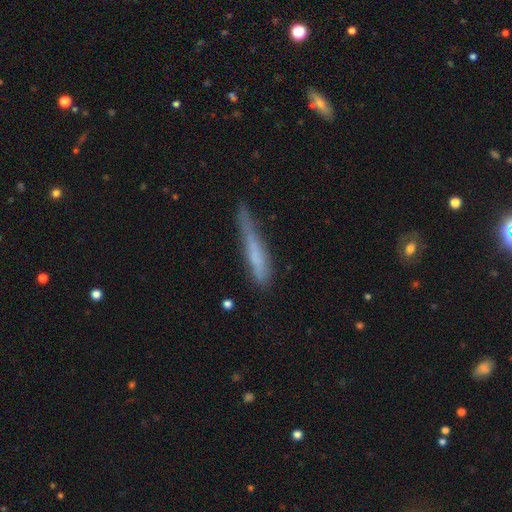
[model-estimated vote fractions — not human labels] A smooth galaxy with no disk features (61%) that is cigar-shaped (93%). Merging: none (53%).